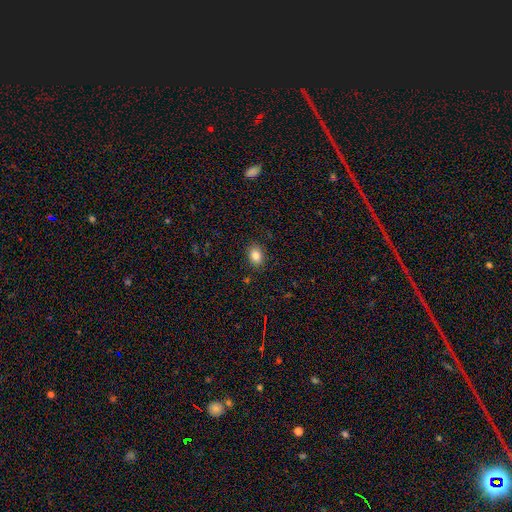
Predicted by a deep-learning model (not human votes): A smooth galaxy with no disk features (84%) that is in between round and cigar-shaped (67%).

Vote fractions:
- Smooth or featured? smooth: 84% / star or artifact: 10% / featured or disk: 6%
- How rounded? in between: 67% / round: 32% / cigar-shaped: 1%
- Merging? none: 87% / minor disturbance: 9% / major disturbance: 2% / merger: 1%